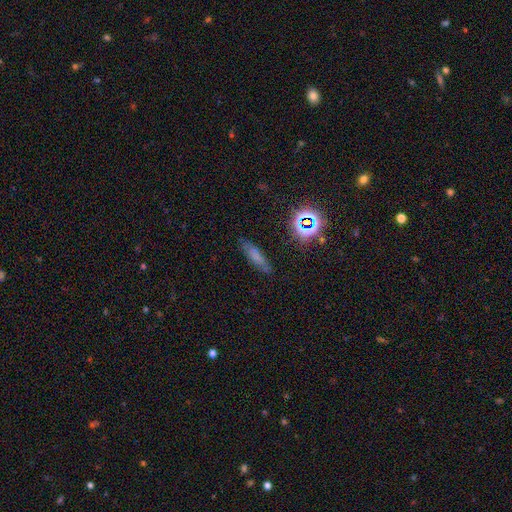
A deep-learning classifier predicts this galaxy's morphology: Smooth or featured? smooth (63%)
How rounded? cigar-shaped (66%)
Merging? none (77%)